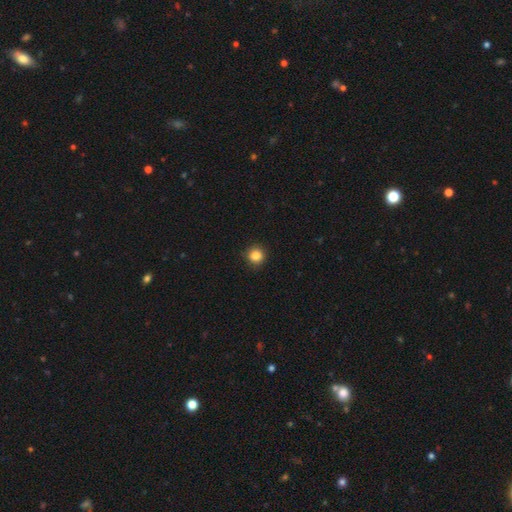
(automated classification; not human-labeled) Smooth or featured?
  - smooth: 84% *
  - star or artifact: 11%
  - featured or disk: 4%
How rounded?
  - round: 93% *
  - in between: 6%
  - cigar-shaped: 1%
Merging?
  - none: 90% *
  - minor disturbance: 7%
  - major disturbance: 2%
  - merger: 1%